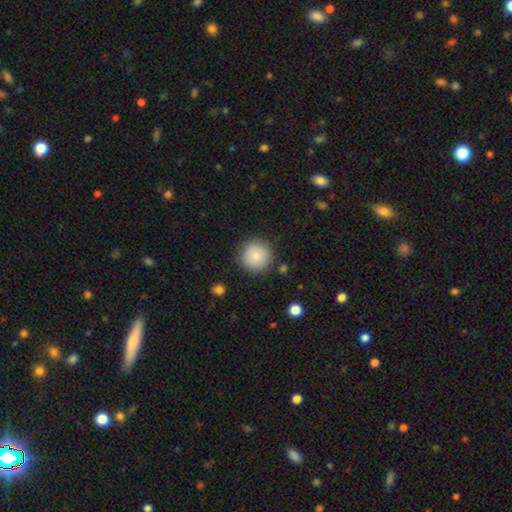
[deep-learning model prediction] Smooth or featured?
  - smooth: 83% *
  - featured or disk: 9%
  - star or artifact: 8%
How rounded?
  - round: 95% *
  - in between: 4%
  - cigar-shaped: 1%
Merging?
  - none: 86% *
  - minor disturbance: 9%
  - major disturbance: 3%
  - merger: 2%